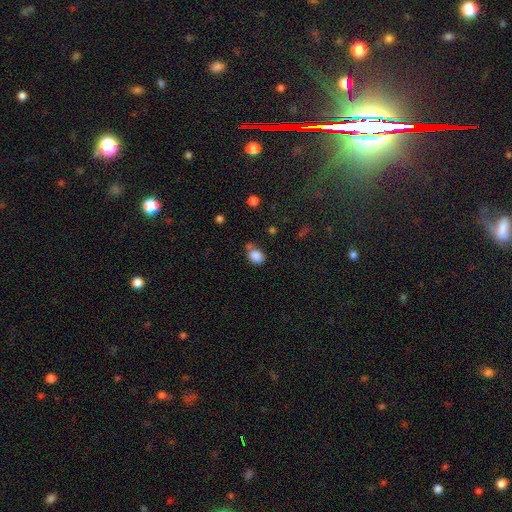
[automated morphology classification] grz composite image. It shows a smooth galaxy with no disk features (85%) that is in between round and cigar-shaped (53%). Merging: none (55%).